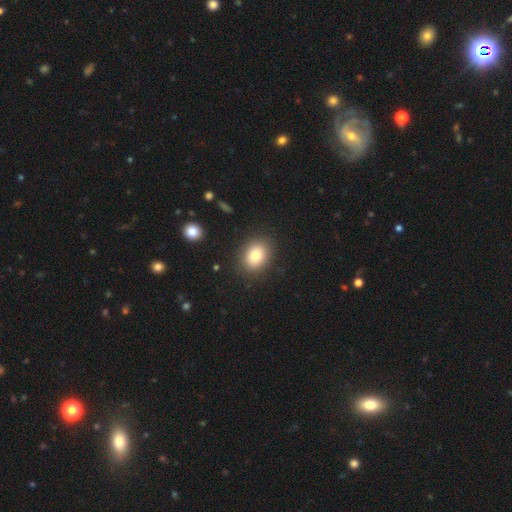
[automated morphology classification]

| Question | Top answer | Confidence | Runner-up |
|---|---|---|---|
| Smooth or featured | smooth | 81% | star or artifact (10%) |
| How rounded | in between | 57% | round (42%) |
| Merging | none | 86% | minor disturbance (9%) |